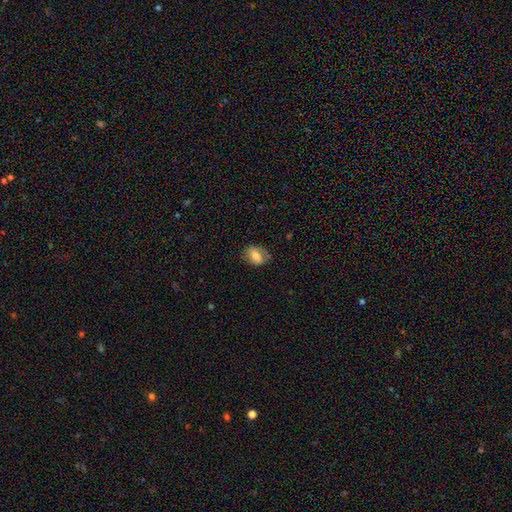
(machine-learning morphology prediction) Smooth or featured: smooth — 68% (featured or disk — 24%)
How rounded: in between — 80% (round — 17%)
Merging: none — 64% (minor disturbance — 24%)